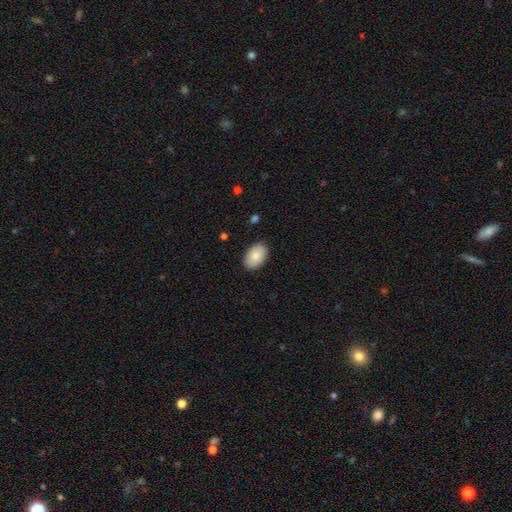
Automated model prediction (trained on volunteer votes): A smooth galaxy with no disk features (84%) that is in between round and cigar-shaped (91%). Merging: none (88%).